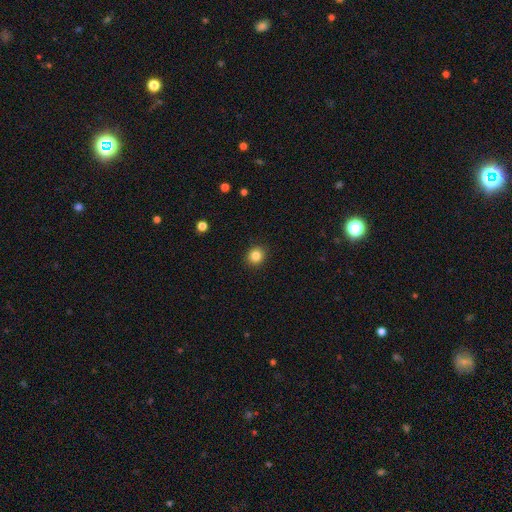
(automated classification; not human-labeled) Overall: smooth (84%). How rounded: round (90%). Merging: none (92%).